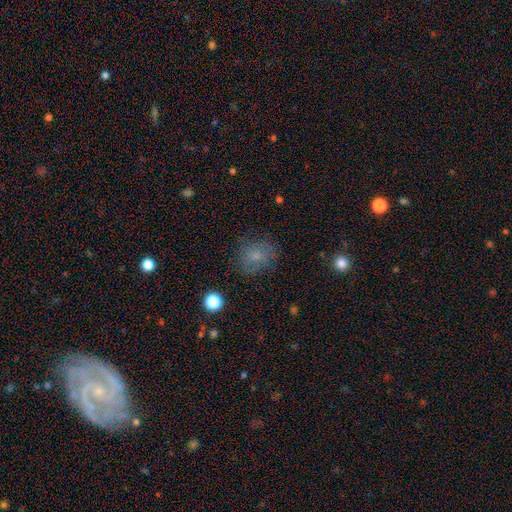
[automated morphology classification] Overall: smooth (67%). How rounded: round (62%; in between 36%). Merging: none (71%).